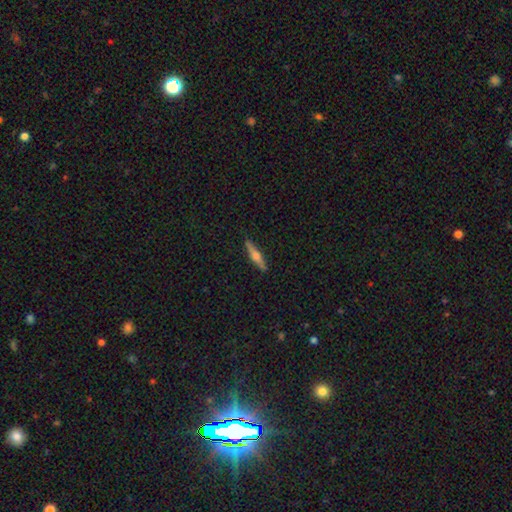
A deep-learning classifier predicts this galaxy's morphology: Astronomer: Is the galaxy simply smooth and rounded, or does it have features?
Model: featured or disk — 58% (runner-up: smooth, 36%).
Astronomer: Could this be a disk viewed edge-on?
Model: yes — 97%.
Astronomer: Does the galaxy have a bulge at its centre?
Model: rounded — 87%.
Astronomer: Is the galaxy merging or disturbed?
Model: none — 91%.